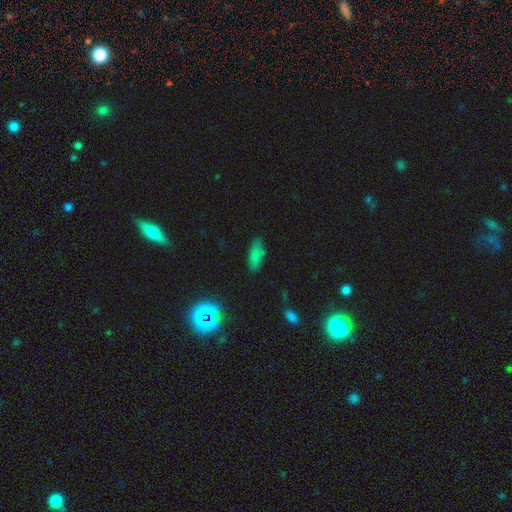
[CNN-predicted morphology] type=smooth (74%); roundness=in between (79%); merging=none (73%).